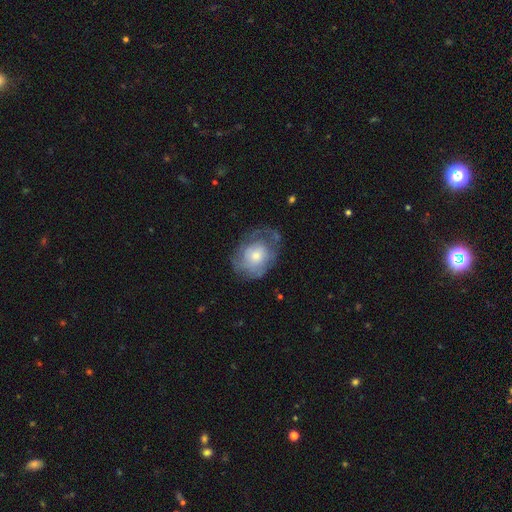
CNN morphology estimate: featured or disk 53%, smooth 40%, star or artifact 7%. Down the decision tree: edge-on disk — no (96%); bar — no (83%); spiral arms — yes (63%); bulge size — moderate (48%); merging — none (50%).